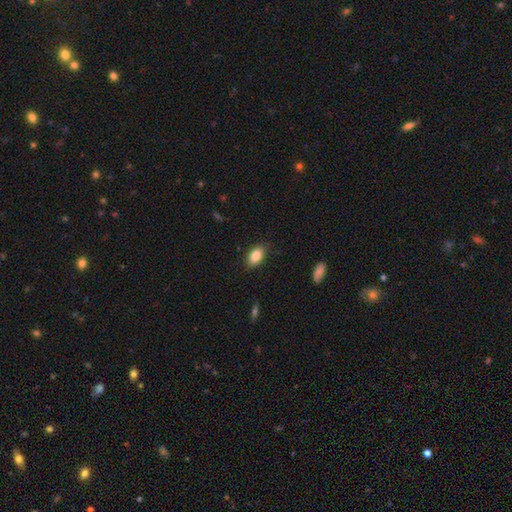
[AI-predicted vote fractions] A smooth galaxy with no disk features (86%) that is in between round and cigar-shaped (89%). Merging: none (83%).